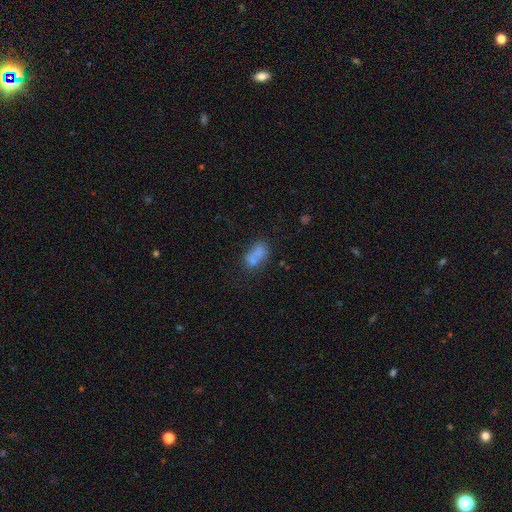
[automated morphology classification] Smooth or featured?
  - smooth: 66% *
  - featured or disk: 21%
  - star or artifact: 13%
How rounded?
  - in between: 76% *
  - round: 21%
  - cigar-shaped: 4%
Merging?
  - merger: 42% *
  - none: 35%
  - minor disturbance: 14%
  - major disturbance: 9%